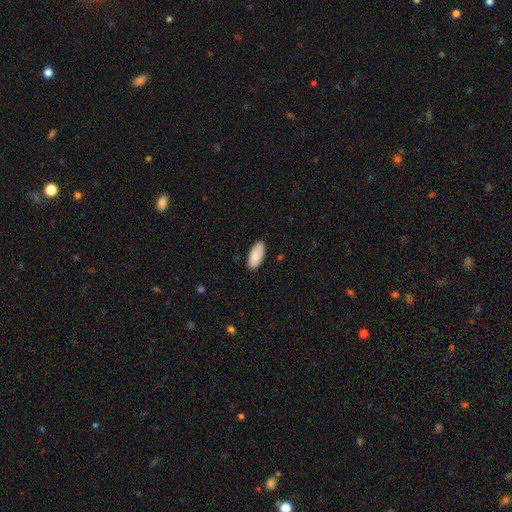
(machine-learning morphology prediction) This appears to be a smooth galaxy with no disk features (86%) that is in between round and cigar-shaped (92%). Merging: none (87%).